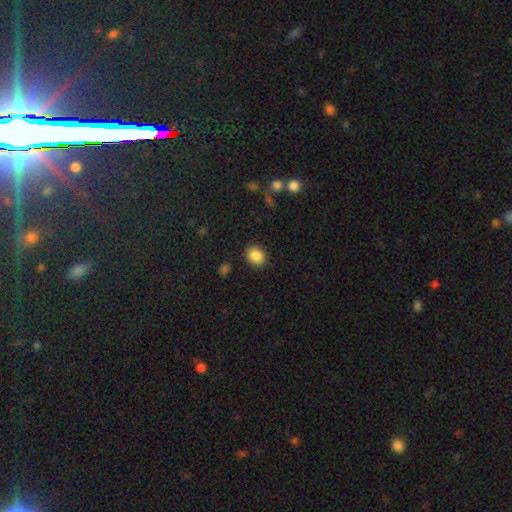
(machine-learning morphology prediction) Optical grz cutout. It shows a smooth galaxy with no disk features (87%) that is round (59%). Merging: none (87%).